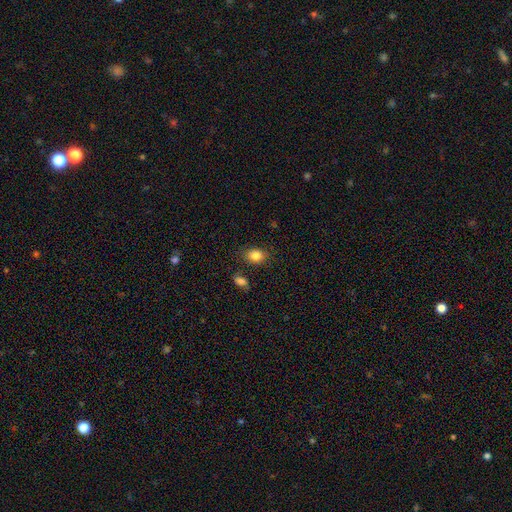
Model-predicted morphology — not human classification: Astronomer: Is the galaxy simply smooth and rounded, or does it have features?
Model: smooth — 84%.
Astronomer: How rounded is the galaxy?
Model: in between — 63%.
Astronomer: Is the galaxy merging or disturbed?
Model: none — 81%.